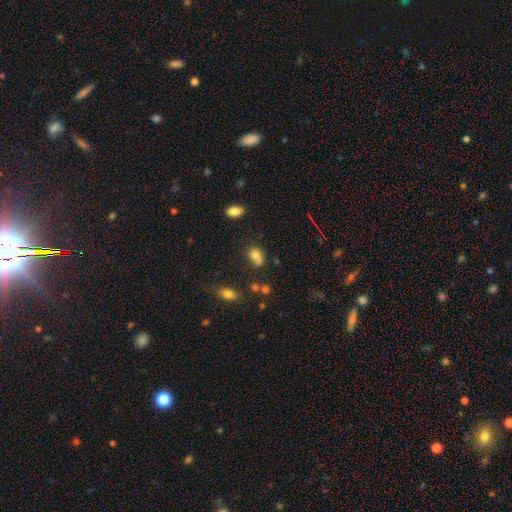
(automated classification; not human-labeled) A smooth galaxy with no disk features (77%) that is in between round and cigar-shaped (66%).

Vote fractions:
- Smooth or featured? smooth: 77% / star or artifact: 13% / featured or disk: 11%
- How rounded? in between: 66% / round: 32% / cigar-shaped: 2%
- Merging? none: 43% / minor disturbance: 24% / merger: 22% / major disturbance: 11%